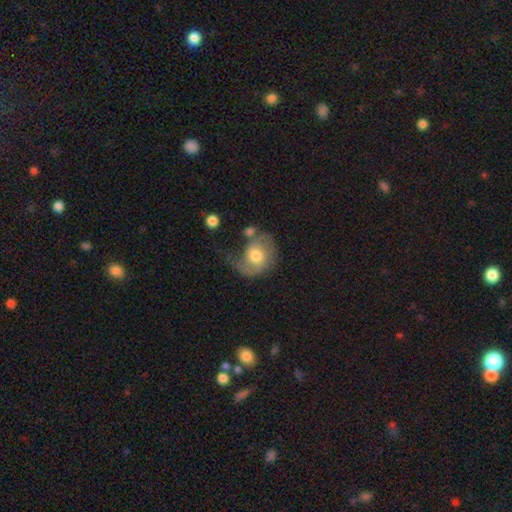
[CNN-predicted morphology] This is possibly a featured or disk galaxy (55%). It is clearly not viewed edge-on (97%). Bar: likely no (73%). Spiral arm pattern: clearly yes (81%). Central bulge: likely moderate (70%). Merging: marginally none (35%).